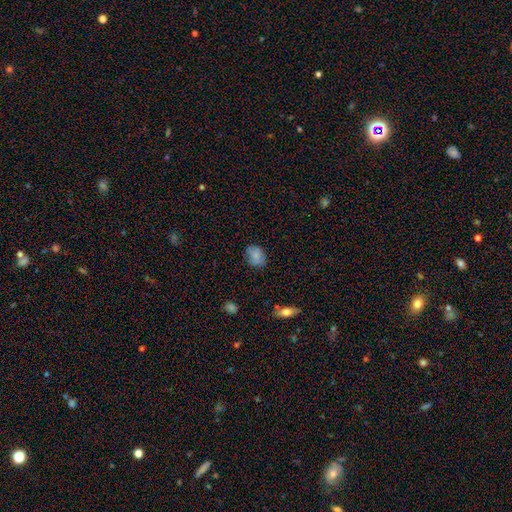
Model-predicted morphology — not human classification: A smooth galaxy with no disk features (80%) that is in between round and cigar-shaped (57%). Merging: none (77%).